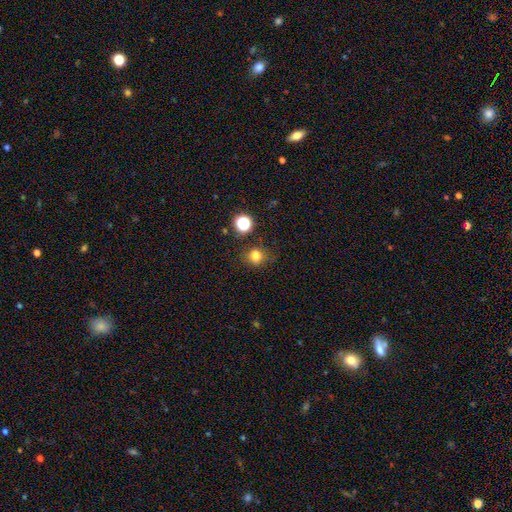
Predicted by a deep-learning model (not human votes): Smooth or featured? smooth (77%)
How rounded? round (72%)
Merging? none (77%)